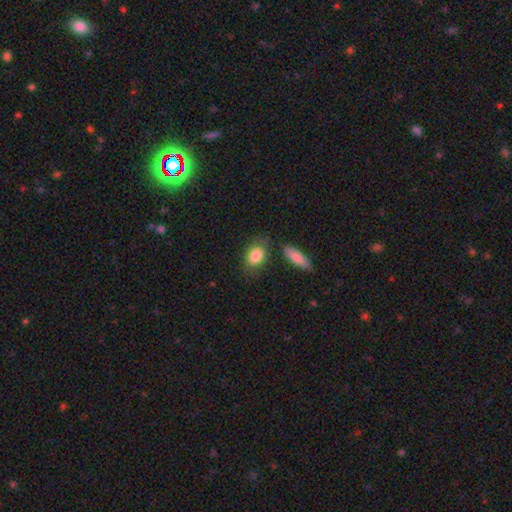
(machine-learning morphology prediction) Smooth or featured?
  - smooth: 84% *
  - featured or disk: 9%
  - star or artifact: 7%
How rounded?
  - in between: 79% *
  - round: 19%
  - cigar-shaped: 3%
Merging?
  - none: 67% *
  - minor disturbance: 17%
  - merger: 10%
  - major disturbance: 5%